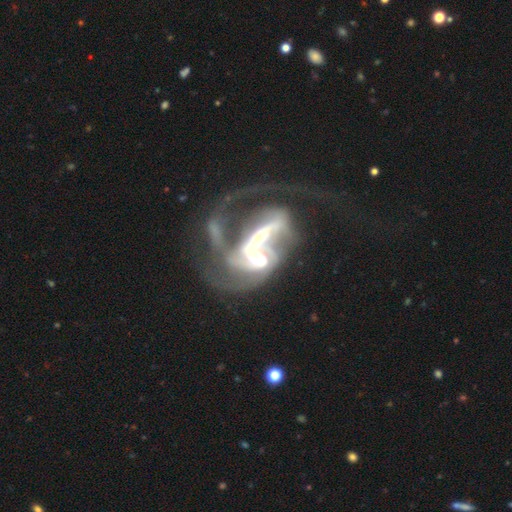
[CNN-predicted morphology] This appears to be a featured or disk galaxy (81%) with no bar (46%), loose (43%) spiral arms (77%) and a moderate central bulge (51%). Merging: merger (63%).